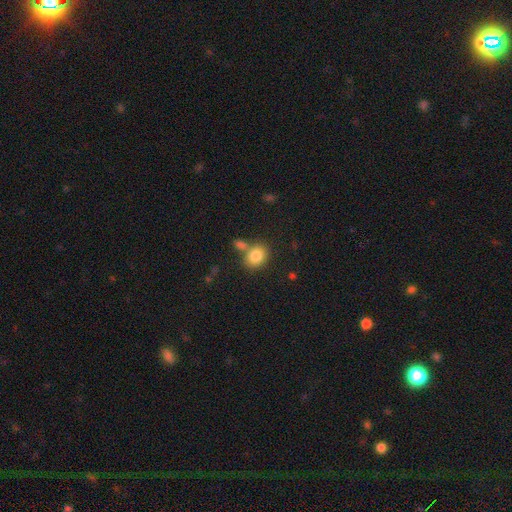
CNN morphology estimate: Smooth or featured? Predicted: smooth (p=0.83). How rounded? Predicted: in between (p=0.56). Merging? Predicted: none (p=0.59).